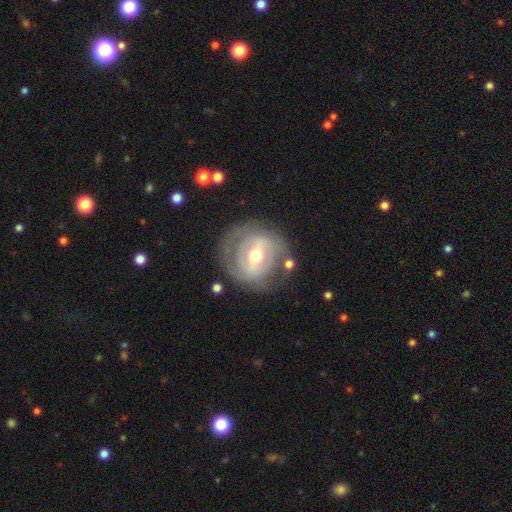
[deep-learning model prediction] featured or disk 74%, smooth 21%, star or artifact 6%. Down the decision tree: edge-on disk — no (96%); bar — weak (44%); spiral arms — yes (67%); bulge size — moderate (69%); merging — none (73%).